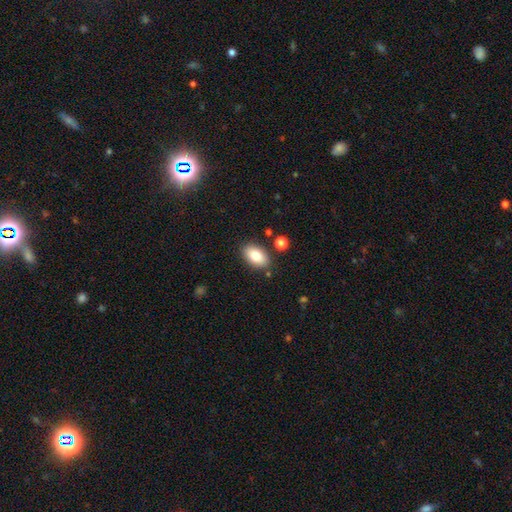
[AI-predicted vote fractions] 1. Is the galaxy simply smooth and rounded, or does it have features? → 82% smooth, 11% featured or disk, 8% star or artifact.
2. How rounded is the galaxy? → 92% in between, 6% round, 2% cigar-shaped.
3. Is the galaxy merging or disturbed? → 84% none, 10% minor disturbance, 4% merger, 2% major disturbance.